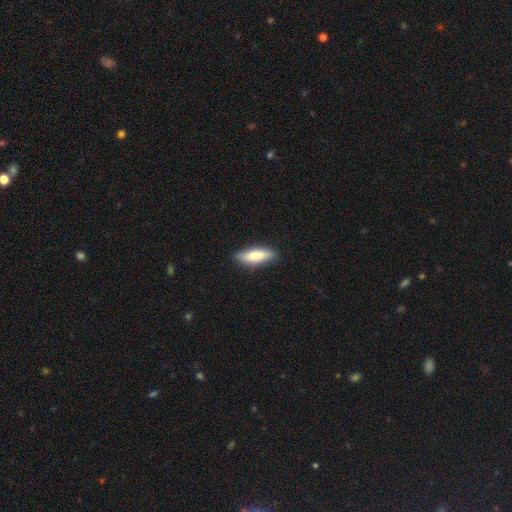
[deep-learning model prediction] The model was most divided on "how rounded": in between: 50%, cigar-shaped: 48%, round: 2%. More confident: merging — none (86%); smooth or featured — smooth (76%).